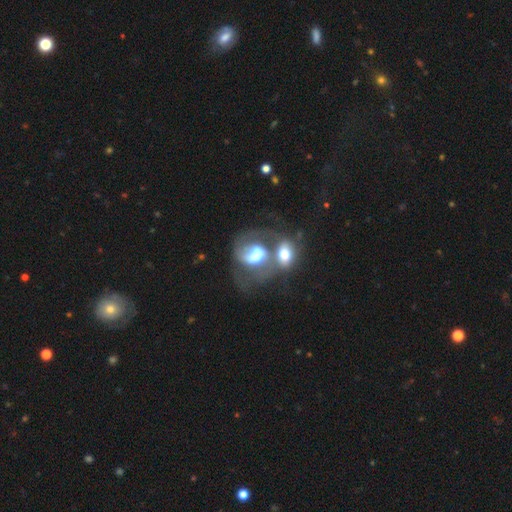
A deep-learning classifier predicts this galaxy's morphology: A featured or disk galaxy (61%) with no bar (50%), spiral arms (70%) and a moderate central bulge (54%).

Vote fractions:
- Smooth or featured? featured or disk: 61% / smooth: 32% / star or artifact: 7%
- Edge-on disk? no: 96% / yes: 4%
- Bar? no: 50% / weak: 34% / strong: 16%
- Spiral arms? yes: 70% / no: 30%
- Bulge size? moderate: 54% / large: 30% / small: 9% / dominant: 4% / none: 3%
- Merging? merger: 71% / major disturbance: 12% / none: 11% / minor disturbance: 6%